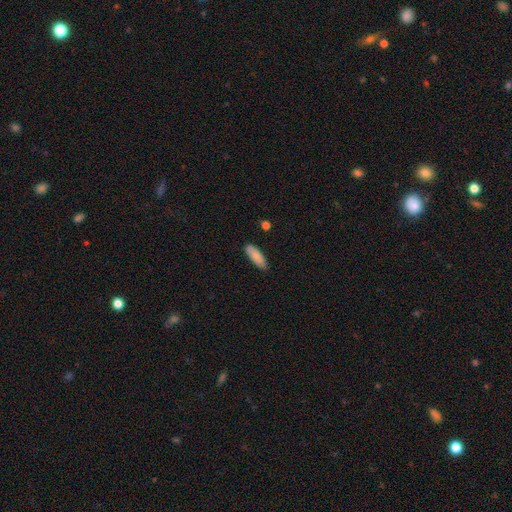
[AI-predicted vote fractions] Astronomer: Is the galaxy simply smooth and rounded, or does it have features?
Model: smooth — 86%.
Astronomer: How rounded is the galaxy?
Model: in between — 64%.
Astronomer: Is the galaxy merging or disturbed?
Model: none — 82%.